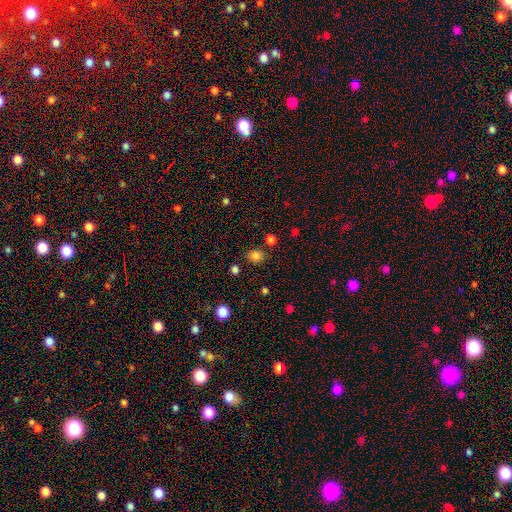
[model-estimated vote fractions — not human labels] The model was most divided on "how rounded": round: 71%, in between: 29%, cigar-shaped: 1%. More confident: merging — none (82%); smooth or featured — smooth (81%).